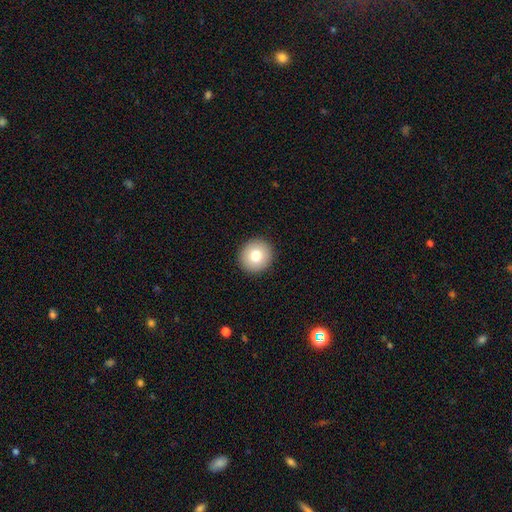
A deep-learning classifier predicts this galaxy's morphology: The model was most divided on "smooth or featured": smooth: 78%, featured or disk: 13%, star or artifact: 9%. More confident: merging — none (93%); how rounded — round (92%).